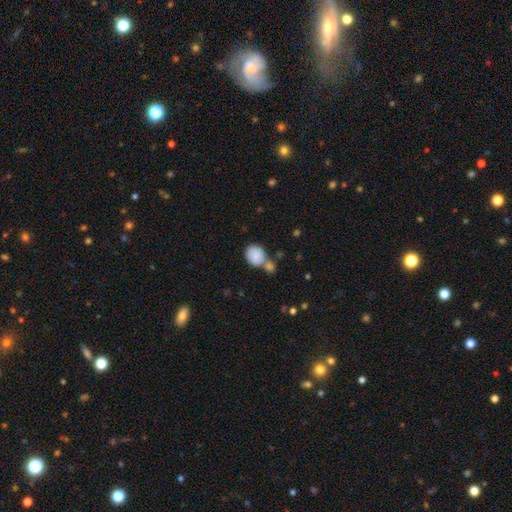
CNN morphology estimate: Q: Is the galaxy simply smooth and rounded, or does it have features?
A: smooth — 79%.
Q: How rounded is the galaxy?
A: round — 57%.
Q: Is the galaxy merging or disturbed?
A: merger — 41%.